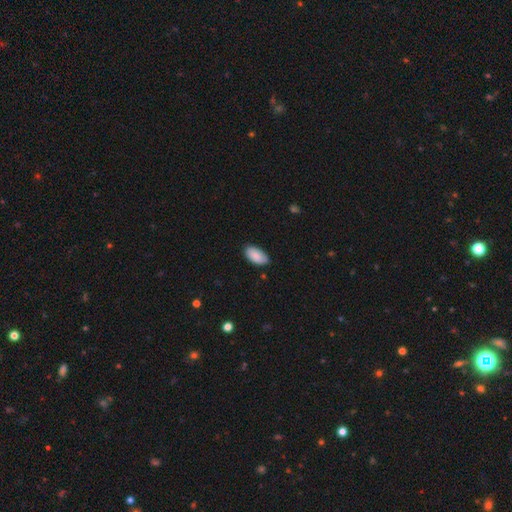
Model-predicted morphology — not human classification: smooth_or_featured: smooth (p=0.88) [alt: star or artifact p=0.06]
how_rounded: in between (p=0.95) [alt: cigar-shaped p=0.03]
merging: none (p=0.80) [alt: minor disturbance p=0.17]